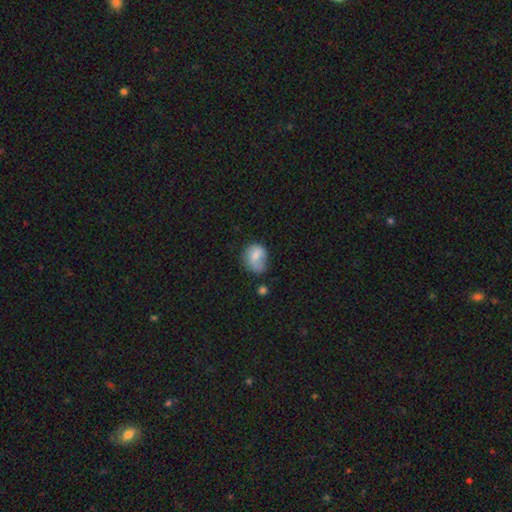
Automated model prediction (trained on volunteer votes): A smooth galaxy with no disk features (73%) that is round (53%).

Vote fractions:
- Smooth or featured? smooth: 73% / featured or disk: 18% / star or artifact: 9%
- How rounded? round: 53% / in between: 46% / cigar-shaped: 1%
- Merging? none: 40% / minor disturbance: 35% / major disturbance: 18% / merger: 8%